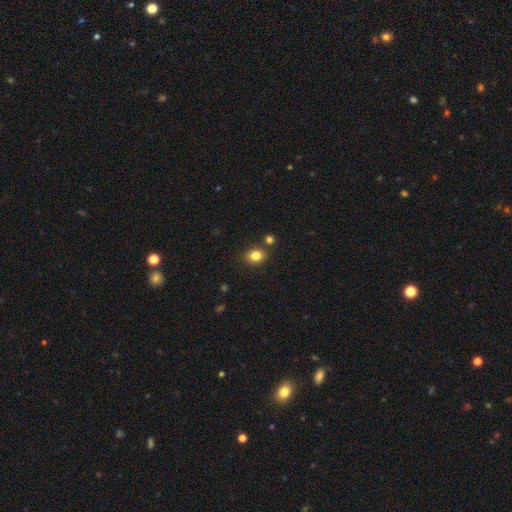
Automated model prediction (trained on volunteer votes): A smooth galaxy with no disk features (83%) that is in between round and cigar-shaped (50%). Merging: none (81%).